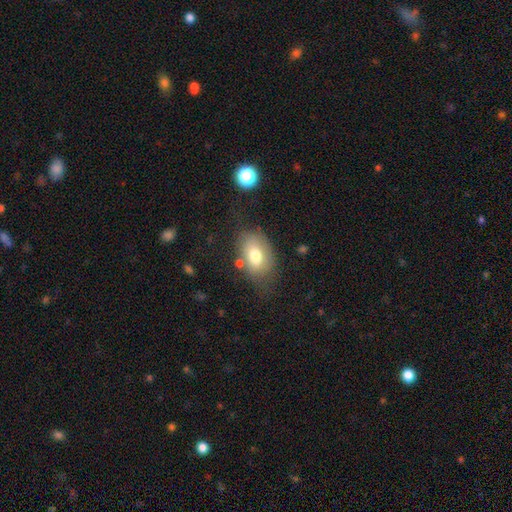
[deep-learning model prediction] Smooth or featured?
  - smooth: 71% *
  - featured or disk: 20%
  - star or artifact: 9%
How rounded?
  - in between: 84% *
  - round: 15%
  - cigar-shaped: 1%
Merging?
  - none: 60% *
  - minor disturbance: 23%
  - major disturbance: 10%
  - merger: 6%